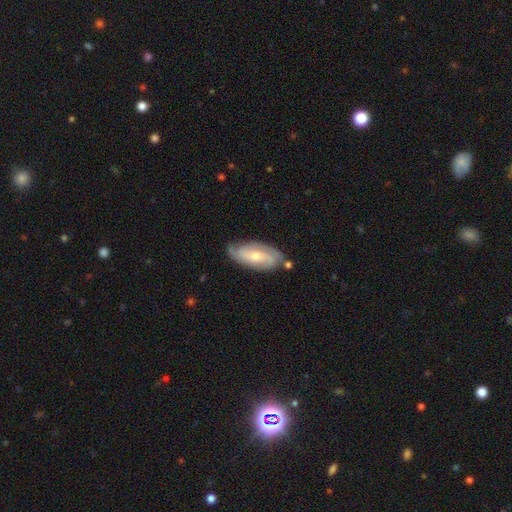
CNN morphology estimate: Overall: featured or disk (68%). Edge-on disk: no (90%). Bar: no (58%; weak 32%). Spiral arms: yes (89%). Spiral arm count: 2 (48%; can't tell 26%). Spiral winding: tight (47%; medium 37%). Bulge size: small (52%; moderate 44%). Merging: none (70%).